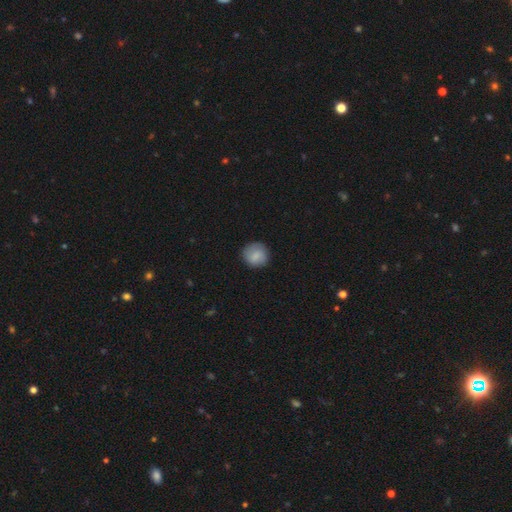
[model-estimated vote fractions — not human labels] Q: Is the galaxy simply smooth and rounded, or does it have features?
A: smooth — 81%.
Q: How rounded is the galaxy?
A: round — 90%.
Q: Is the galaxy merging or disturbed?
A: none — 84%.